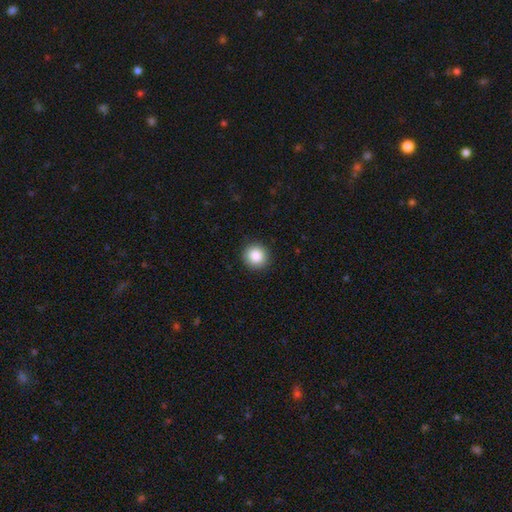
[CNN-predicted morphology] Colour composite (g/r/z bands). It shows a smooth galaxy with no disk features (88%) that is round (94%). Merging: none (91%).